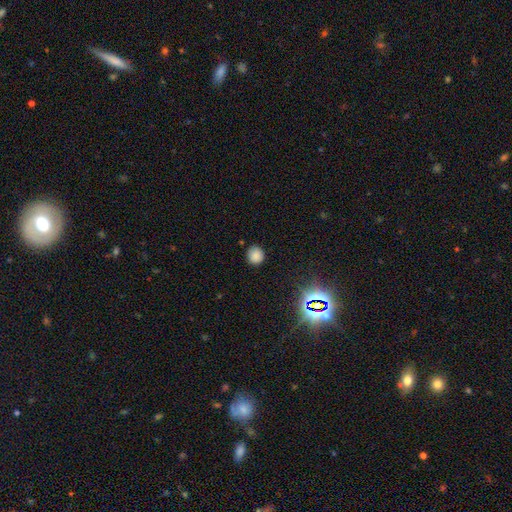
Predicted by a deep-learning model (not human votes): This is likely a smooth galaxy (80%). How rounded: clearly round (84%). Merging: clearly none (84%).